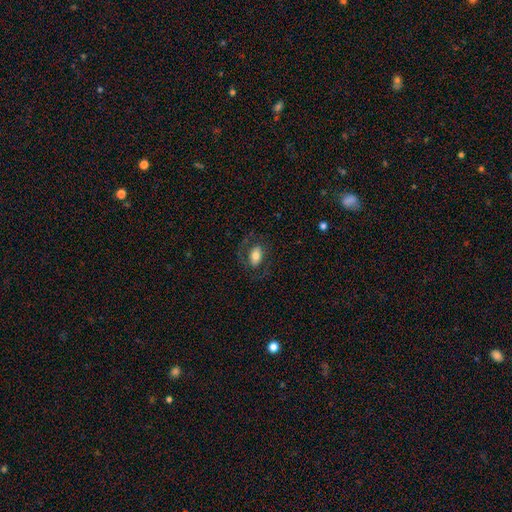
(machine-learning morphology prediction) A smooth galaxy with no disk features (61%) that is in between round and cigar-shaped (88%).

Vote fractions:
- Smooth or featured? smooth: 61% / featured or disk: 32% / star or artifact: 7%
- How rounded? in between: 88% / round: 9% / cigar-shaped: 2%
- Merging? none: 70% / minor disturbance: 15% / major disturbance: 14% / merger: 1%